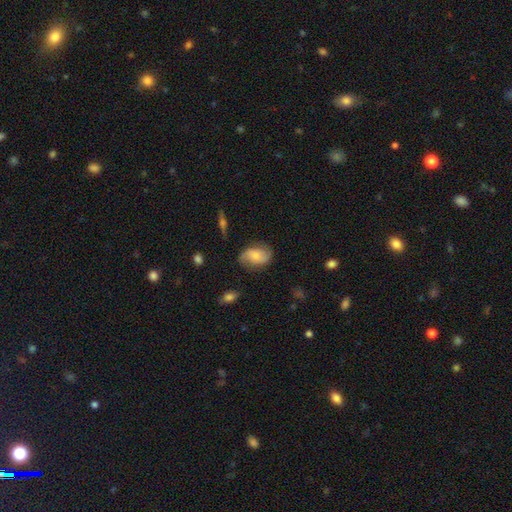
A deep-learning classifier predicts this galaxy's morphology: Overall: smooth (49%; featured or disk 43%). Merging: none (73%).